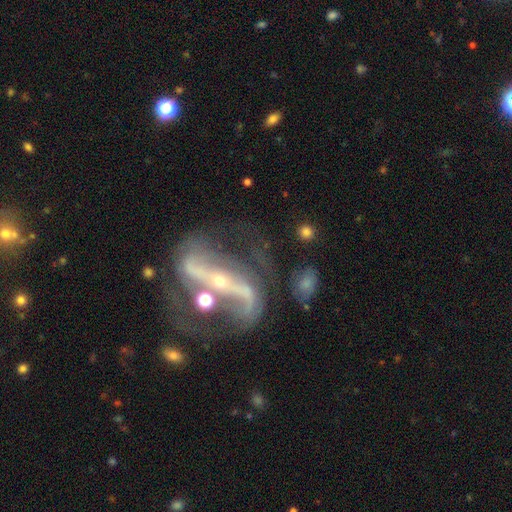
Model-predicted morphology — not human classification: This appears to be a featured or disk galaxy (88%) with a strong bar (73%), 2 (90%) loose (54%) spiral arms (89%) and a small central bulge (75%). Merging: none (51%).